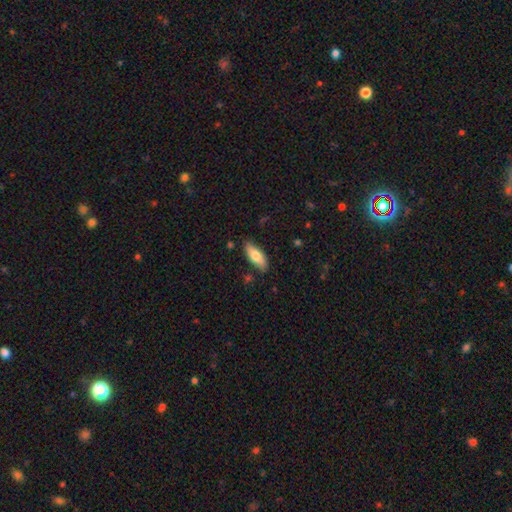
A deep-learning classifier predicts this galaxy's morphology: Smooth or featured? Predicted: smooth (p=0.75). How rounded? Predicted: in between (p=0.73). Merging? Predicted: none (p=0.84).